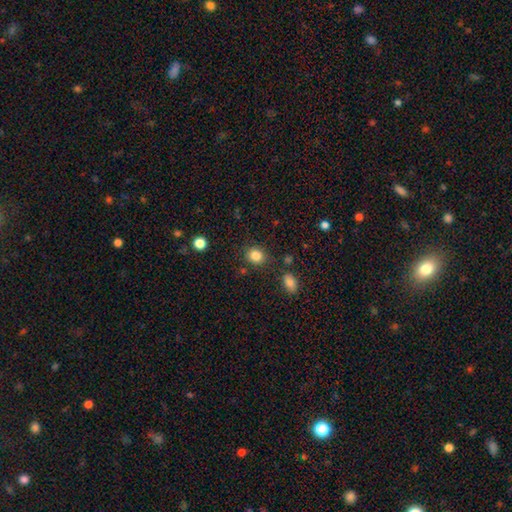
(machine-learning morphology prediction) A smooth galaxy with no disk features (85%) that is round (70%).

Vote fractions:
- Smooth or featured? smooth: 85% / star or artifact: 10% / featured or disk: 5%
- How rounded? round: 70% / in between: 29% / cigar-shaped: 1%
- Merging? none: 83% / minor disturbance: 10% / merger: 4% / major disturbance: 3%